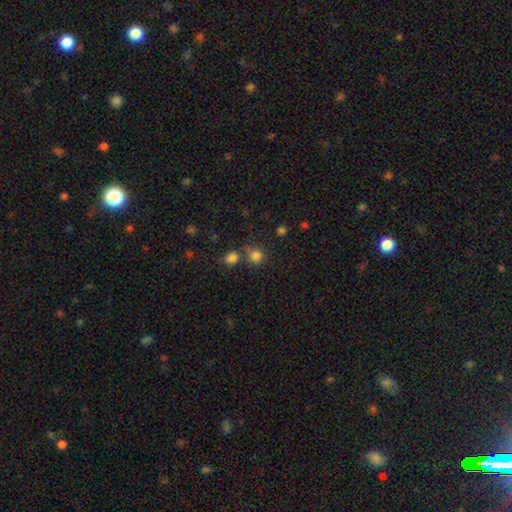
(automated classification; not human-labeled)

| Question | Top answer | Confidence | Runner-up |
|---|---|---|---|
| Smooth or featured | smooth | 82% | star or artifact (13%) |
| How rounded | round | 85% | in between (14%) |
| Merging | none | 63% | merger (22%) |